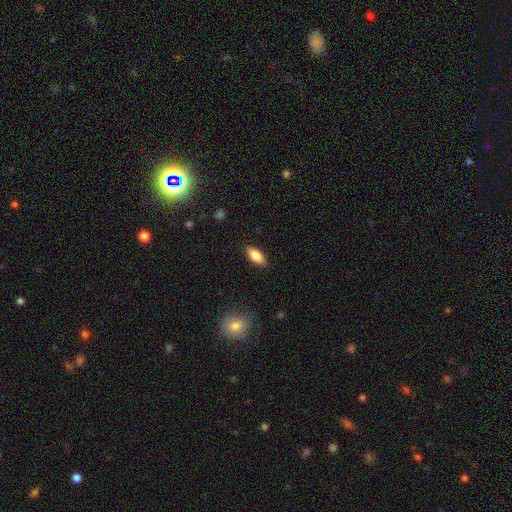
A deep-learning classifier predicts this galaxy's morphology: Overall: smooth (81%). How rounded: in between (81%). Merging: none (86%).